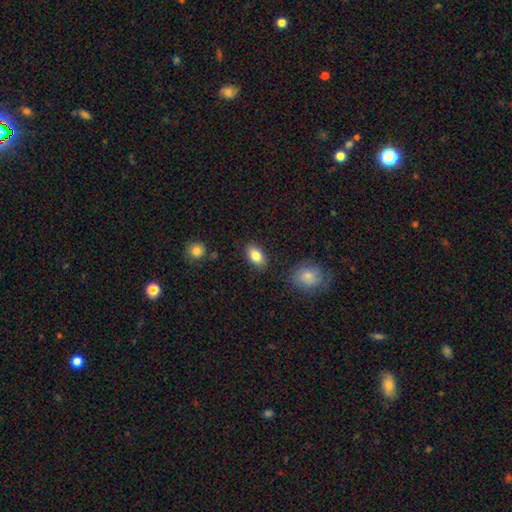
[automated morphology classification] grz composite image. It shows a smooth galaxy with no disk features (83%) that is in between round and cigar-shaped (90%). Merging: none (87%).